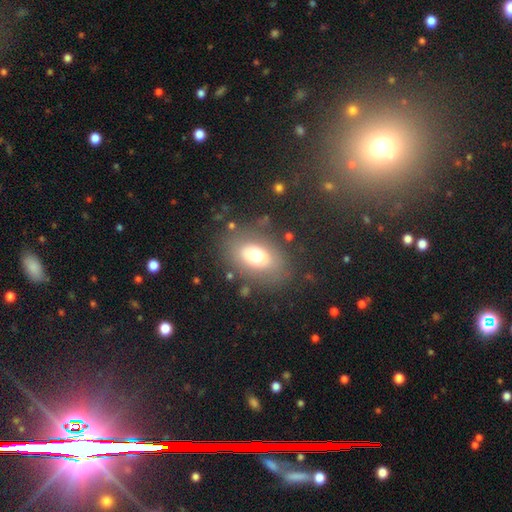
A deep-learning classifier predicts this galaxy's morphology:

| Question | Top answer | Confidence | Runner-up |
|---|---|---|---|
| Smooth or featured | smooth | 64% | featured or disk (25%) |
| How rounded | in between | 77% | round (21%) |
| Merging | none | 77% | minor disturbance (13%) |